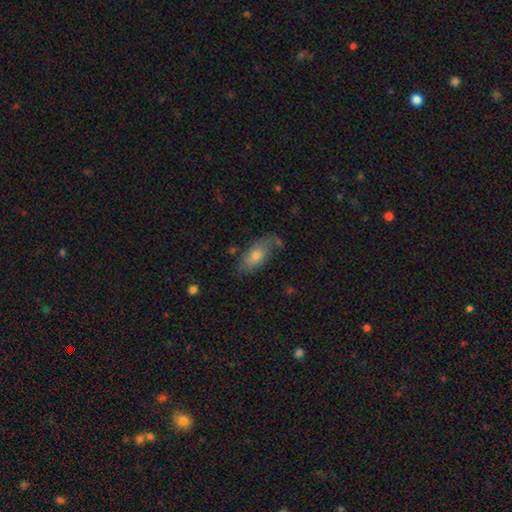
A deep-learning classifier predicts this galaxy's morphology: Overall: smooth (67%). How rounded: in between (84%). Merging: none (65%).